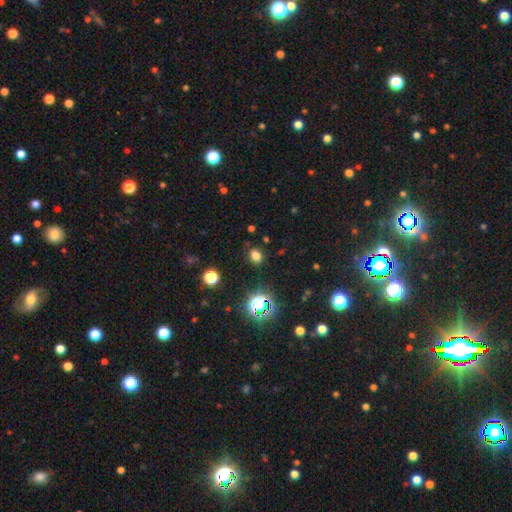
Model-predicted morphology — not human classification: This is likely a smooth galaxy (74%). How rounded: possibly in between (59%). Merging: clearly none (85%).